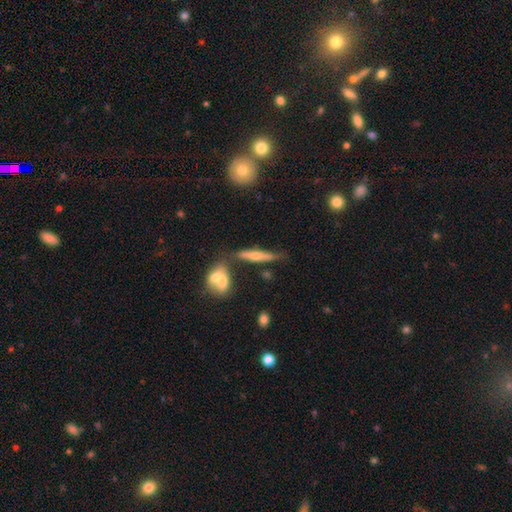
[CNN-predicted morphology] featured or disk 64%, smooth 27%, star or artifact 10%. Down the decision tree: edge-on disk — yes (92%); edge-on bulge — rounded (86%); merging — none (66%).